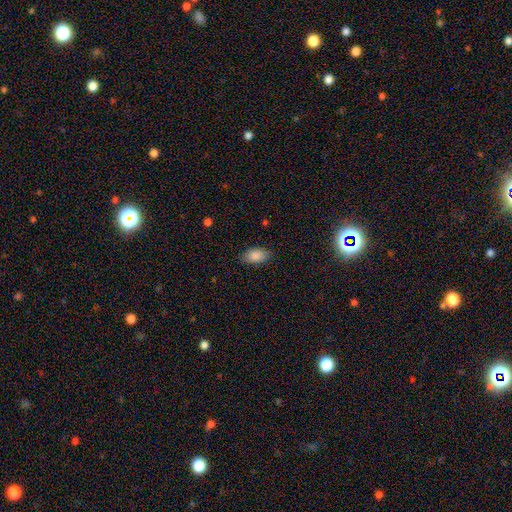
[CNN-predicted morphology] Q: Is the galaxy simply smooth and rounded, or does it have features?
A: smooth — 87%.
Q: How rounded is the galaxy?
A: in between — 92%.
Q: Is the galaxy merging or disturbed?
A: none — 84%.